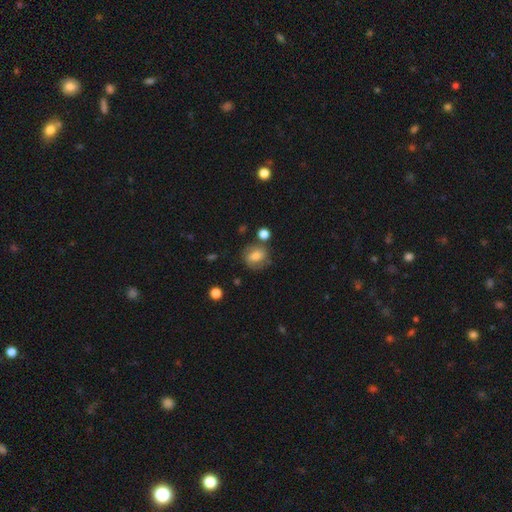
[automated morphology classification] Smooth or featured? Predicted: featured or disk (p=0.46). Merging? Predicted: none (p=0.65).